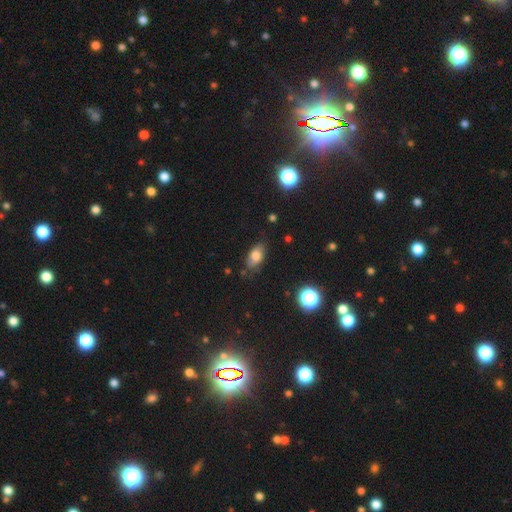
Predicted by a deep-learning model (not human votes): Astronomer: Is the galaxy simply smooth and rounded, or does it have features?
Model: smooth — 73%.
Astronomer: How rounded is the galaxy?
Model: in between — 85%.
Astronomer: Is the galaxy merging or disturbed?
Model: none — 71%.